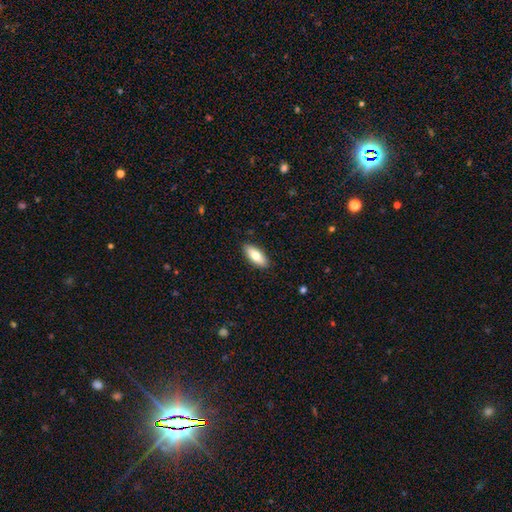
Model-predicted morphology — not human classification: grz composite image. It shows a smooth galaxy with no disk features (76%) that is in between round and cigar-shaped (77%). Merging: none (89%).